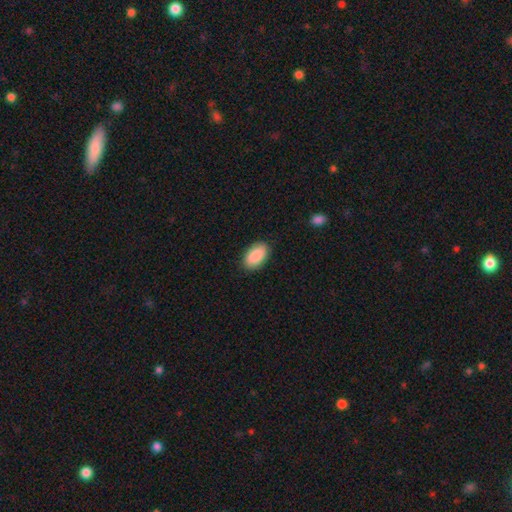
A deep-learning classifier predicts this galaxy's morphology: Overall: smooth (90%). How rounded: in between (94%). Merging: none (87%).